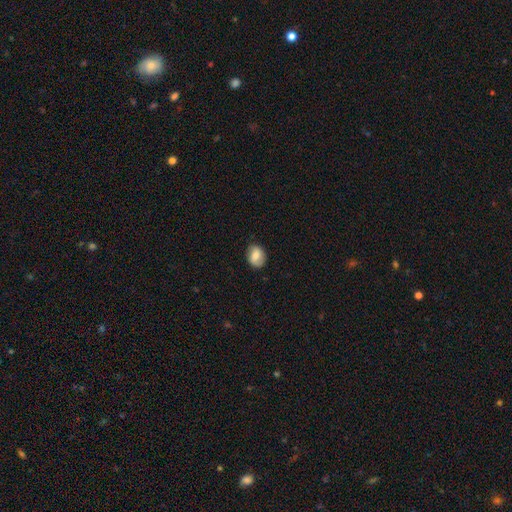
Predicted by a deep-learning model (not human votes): Smooth or featured? Predicted: smooth (p=0.72). How rounded? Predicted: in between (p=0.61). Merging? Predicted: none (p=0.78).